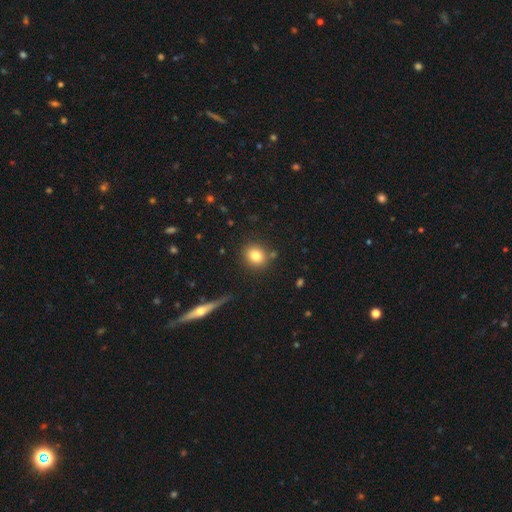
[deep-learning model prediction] Smooth or featured? Predicted: smooth (p=0.81). How rounded? Predicted: round (p=0.74). Merging? Predicted: none (p=0.83).